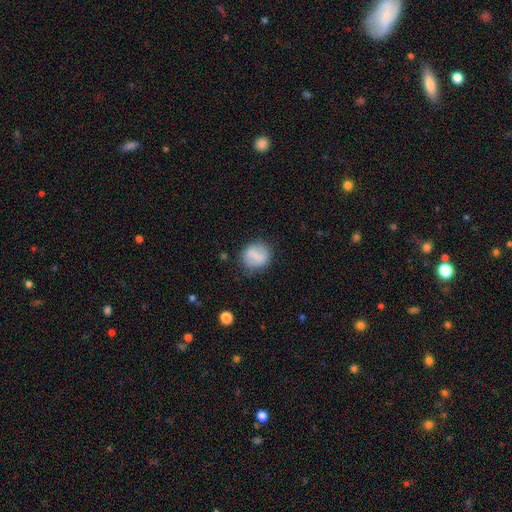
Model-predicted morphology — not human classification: Smooth or featured? Predicted: smooth (p=0.72). How rounded? Predicted: round (p=0.70). Merging? Predicted: none (p=0.75).